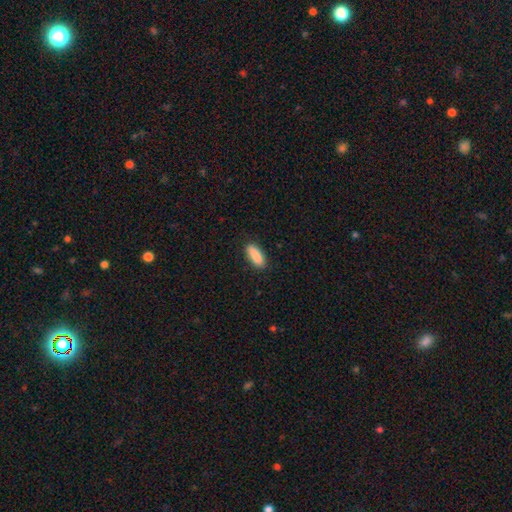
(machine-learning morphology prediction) smooth 88%, star or artifact 7%, featured or disk 5%. Down the decision tree: how rounded — in between (67%); merging — none (85%).